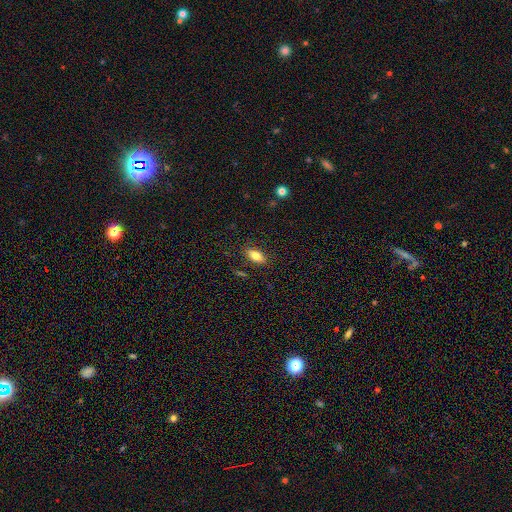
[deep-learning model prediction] smooth 79%, featured or disk 13%, star or artifact 8%. Down the decision tree: how rounded — in between (87%); merging — none (85%).